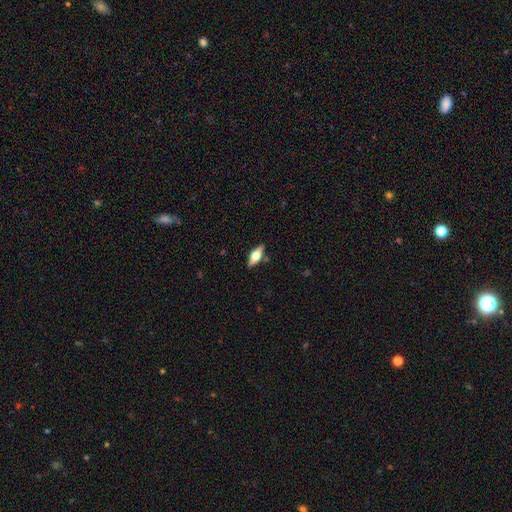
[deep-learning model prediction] smooth_or_featured: smooth (p=0.47) [alt: featured or disk p=0.46]
merging: none (p=0.86) [alt: minor disturbance p=0.10]